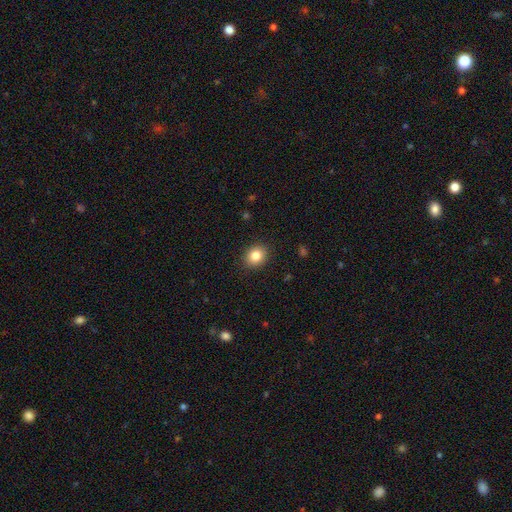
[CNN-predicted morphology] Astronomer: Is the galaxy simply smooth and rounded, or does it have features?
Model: smooth — 84%.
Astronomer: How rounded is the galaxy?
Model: round — 61% (runner-up: in between, 38%).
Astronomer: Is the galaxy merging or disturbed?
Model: none — 90%.